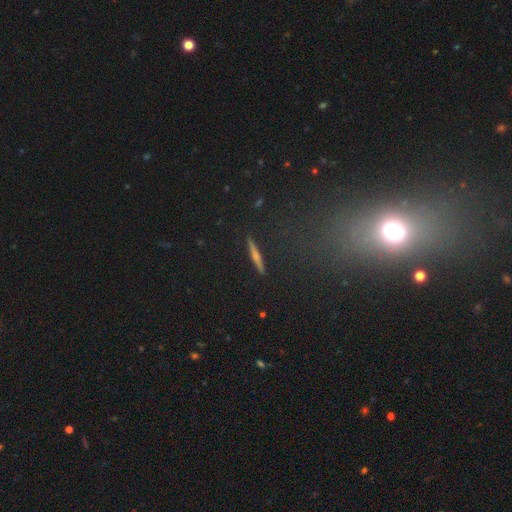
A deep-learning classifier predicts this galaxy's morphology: type=featured or disk (49%); merging=none (92%).